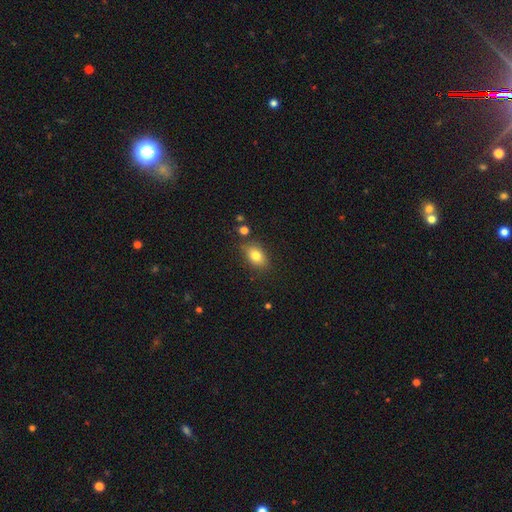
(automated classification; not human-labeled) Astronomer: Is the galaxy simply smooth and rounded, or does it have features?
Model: smooth — 79%.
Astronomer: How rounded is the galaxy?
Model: in between — 80%.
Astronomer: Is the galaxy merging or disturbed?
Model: none — 80%.